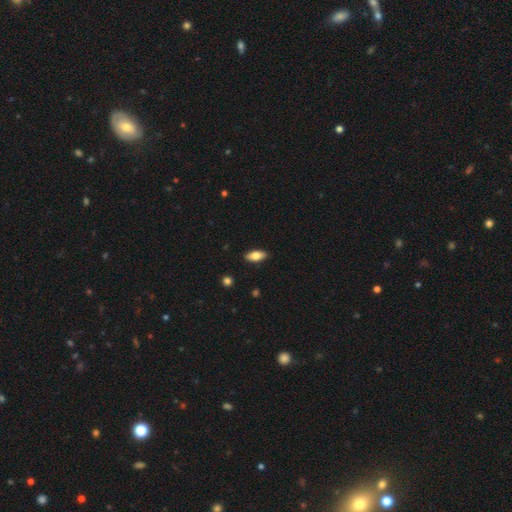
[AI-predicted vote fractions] smooth 76%, featured or disk 18%, star or artifact 7%. Down the decision tree: how rounded — in between (86%); merging — none (89%).